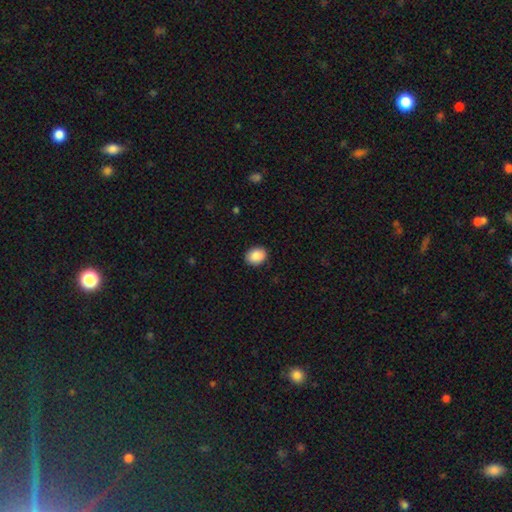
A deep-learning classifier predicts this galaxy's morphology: smooth_or_featured: smooth (p=0.89) [alt: star or artifact p=0.07]
how_rounded: in between (p=0.60) [alt: round p=0.39]
merging: none (p=0.88) [alt: minor disturbance p=0.09]